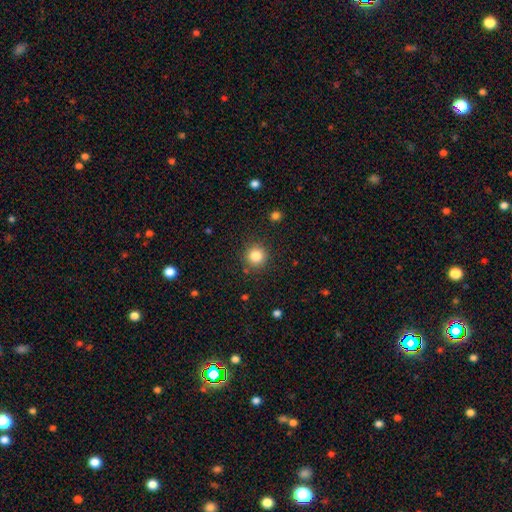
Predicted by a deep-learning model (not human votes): Overall: smooth (83%). How rounded: round (94%). Merging: none (89%).